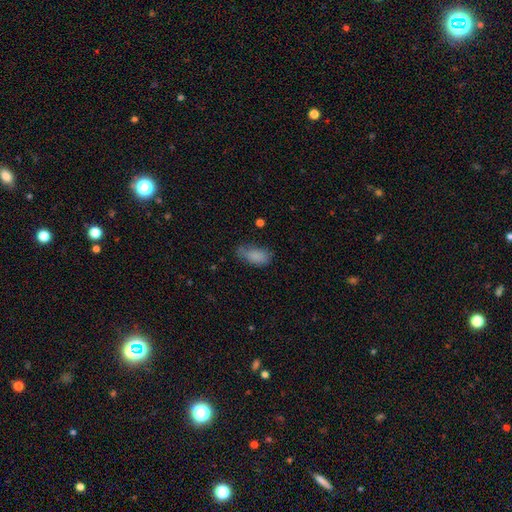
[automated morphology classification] Smooth or featured? smooth (83%)
How rounded? in between (91%)
Merging? none (53%)